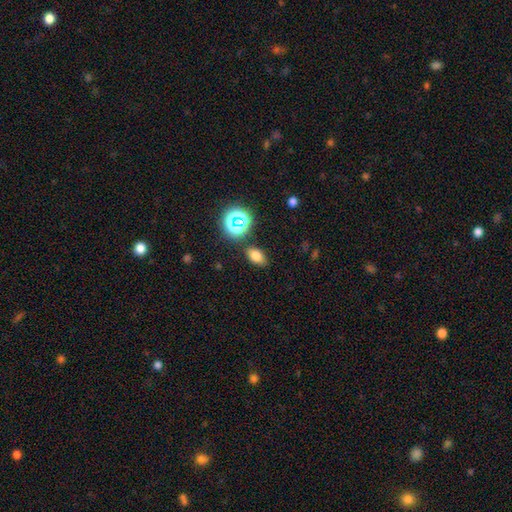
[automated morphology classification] Q: Smooth or featured?
A: smooth (74%); runner-up: star or artifact (18%)
Q: How rounded?
A: in between (84%); runner-up: round (13%)
Q: Merging?
A: none (82%); runner-up: minor disturbance (11%)